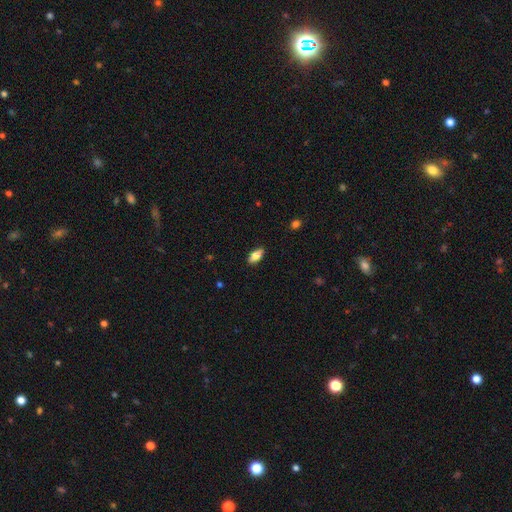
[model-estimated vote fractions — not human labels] smooth 77%, featured or disk 16%, star or artifact 7%. Down the decision tree: how rounded — in between (87%); merging — none (87%).